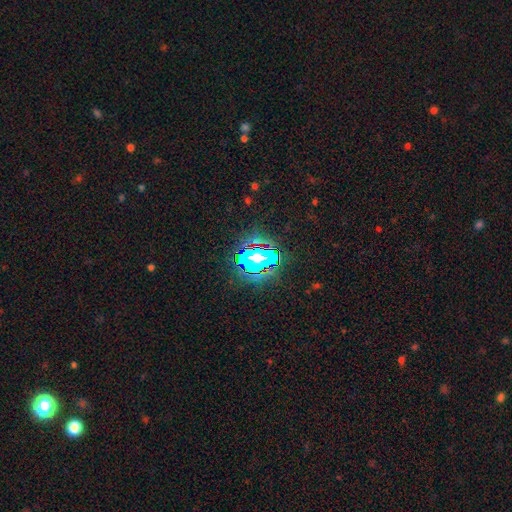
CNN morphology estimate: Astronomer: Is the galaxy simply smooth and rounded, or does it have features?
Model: star or artifact — 52% (runner-up: smooth, 31%).